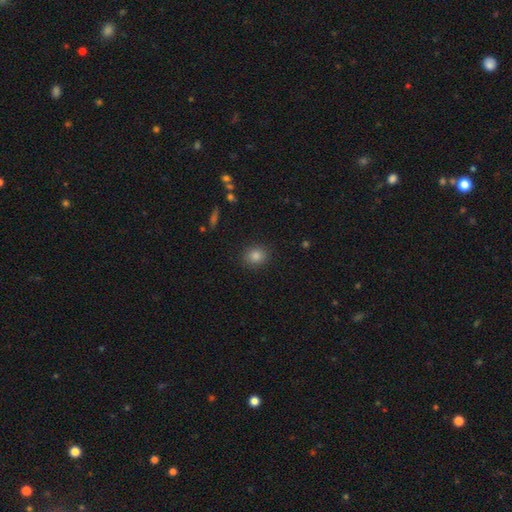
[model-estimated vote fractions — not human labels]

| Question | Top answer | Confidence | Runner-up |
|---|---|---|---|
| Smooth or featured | smooth | 82% | star or artifact (13%) |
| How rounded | round | 70% | in between (29%) |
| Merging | none | 90% | minor disturbance (7%) |